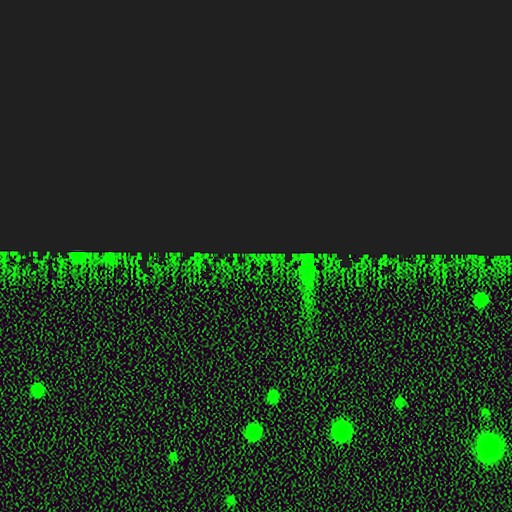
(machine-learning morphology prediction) This appears to be a star or artifact, not a galaxy (86%).